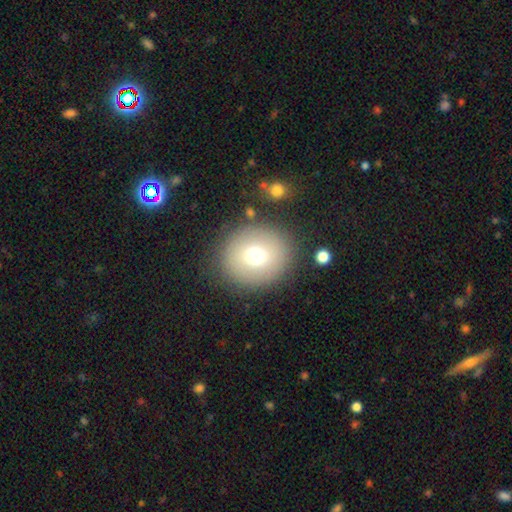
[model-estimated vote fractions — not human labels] This is likely a smooth galaxy (71%). How rounded: clearly round (87%). Merging: clearly none (85%).